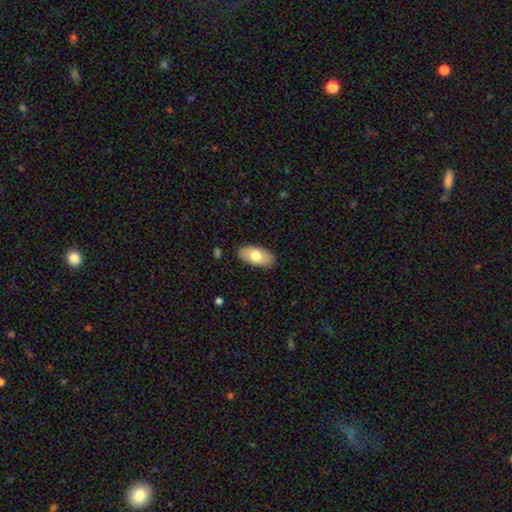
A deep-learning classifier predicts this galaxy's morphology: Q: Smooth or featured?
A: smooth (73%); runner-up: featured or disk (22%)
Q: How rounded?
A: in between (94%); runner-up: cigar-shaped (4%)
Q: Merging?
A: none (87%); runner-up: minor disturbance (10%)